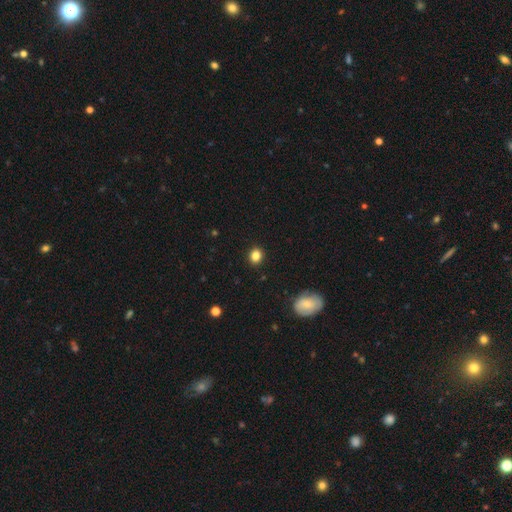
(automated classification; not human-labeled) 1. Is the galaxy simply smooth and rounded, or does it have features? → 84% smooth, 11% star or artifact, 5% featured or disk.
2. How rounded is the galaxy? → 71% round, 28% in between, 1% cigar-shaped.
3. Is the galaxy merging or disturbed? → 91% none, 6% minor disturbance, 2% major disturbance, 1% merger.